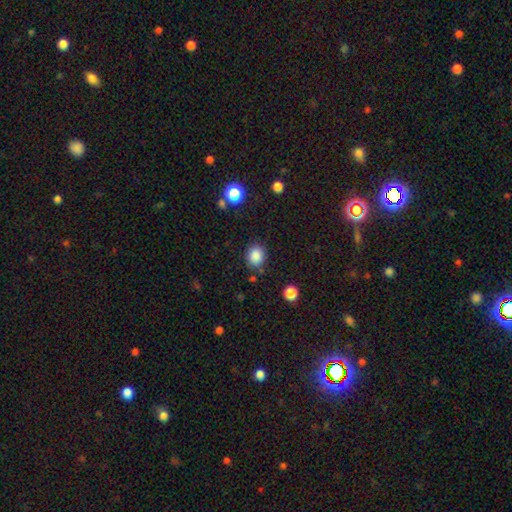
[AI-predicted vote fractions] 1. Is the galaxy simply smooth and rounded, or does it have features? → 86% smooth, 10% star or artifact, 4% featured or disk.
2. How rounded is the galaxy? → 68% round, 31% in between, 1% cigar-shaped.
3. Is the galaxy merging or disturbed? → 82% none, 12% minor disturbance, 3% major disturbance, 3% merger.